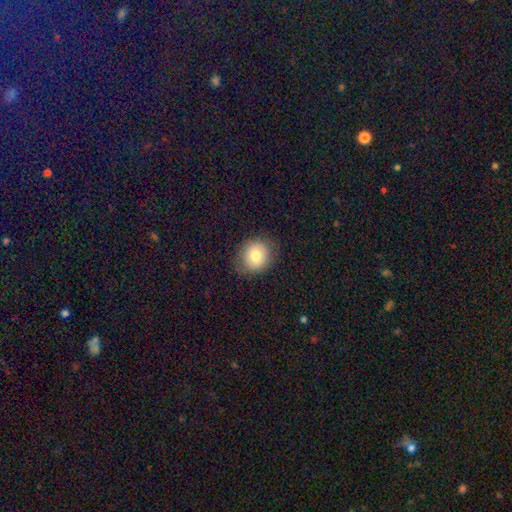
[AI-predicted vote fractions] A smooth galaxy with no disk features (77%) that is round (78%).

Vote fractions:
- Smooth or featured? smooth: 77% / featured or disk: 13% / star or artifact: 9%
- How rounded? round: 78% / in between: 21% / cigar-shaped: 1%
- Merging? none: 82% / minor disturbance: 14% / major disturbance: 4% / merger: 1%